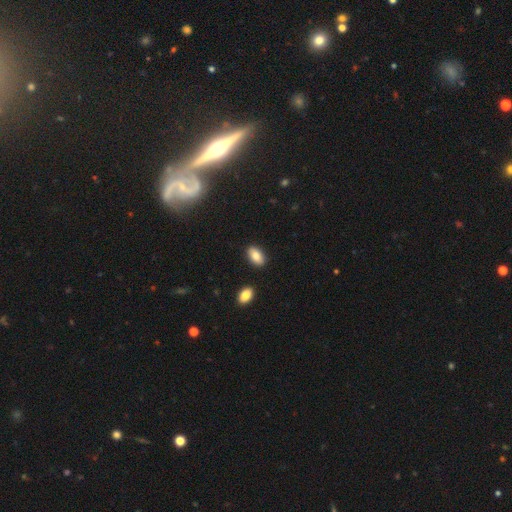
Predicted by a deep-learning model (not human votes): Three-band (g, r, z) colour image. It shows a smooth galaxy with no disk features (83%) that is in between round and cigar-shaped (92%). Merging: none (88%).